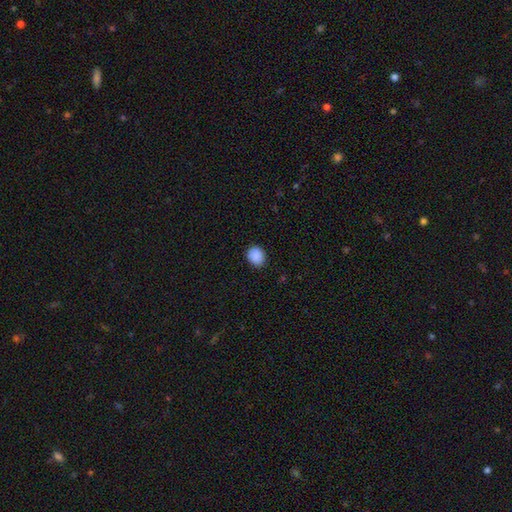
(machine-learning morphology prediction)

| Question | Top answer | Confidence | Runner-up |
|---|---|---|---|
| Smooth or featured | smooth | 89% | star or artifact (8%) |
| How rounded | round | 60% | in between (39%) |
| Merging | none | 86% | minor disturbance (10%) |